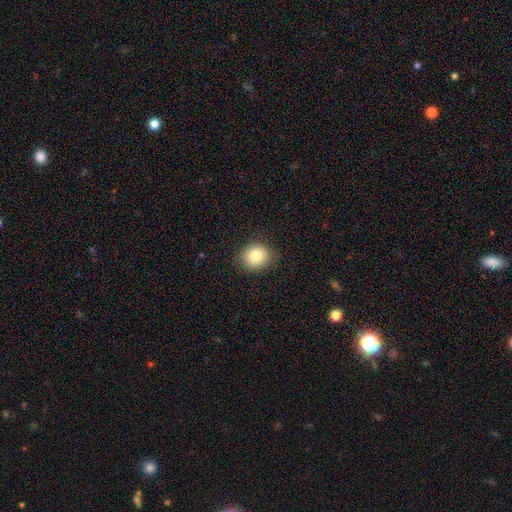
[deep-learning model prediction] smooth 82%, star or artifact 10%, featured or disk 9%. Down the decision tree: how rounded — round (74%); merging — none (87%).